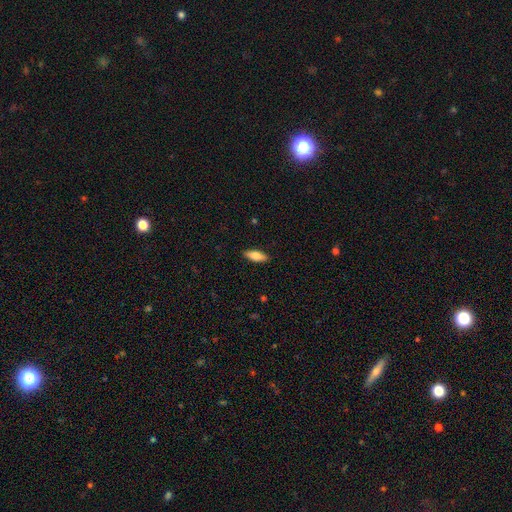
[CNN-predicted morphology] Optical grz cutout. It shows a smooth galaxy with no disk features (76%) that is in between round and cigar-shaped (70%). Merging: none (89%).